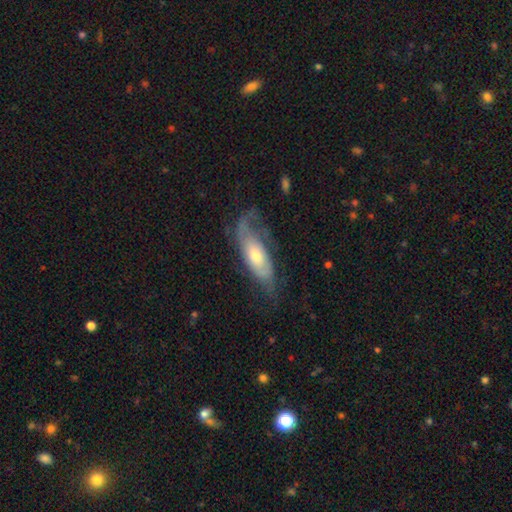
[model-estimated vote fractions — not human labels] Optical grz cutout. It shows a featured or disk galaxy (62%) with no bar (73%), spiral arms (77%) and a moderate central bulge (56%). Merging: none (48%).